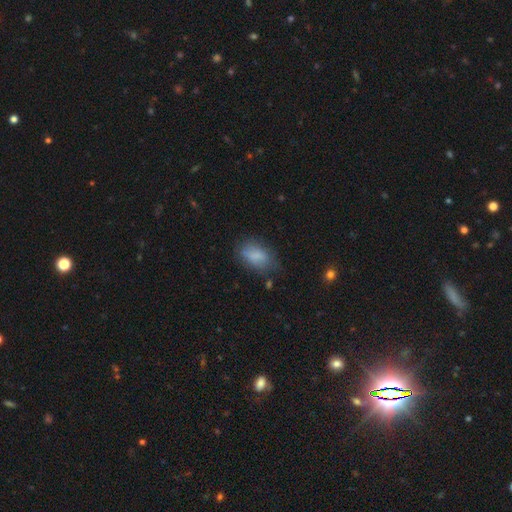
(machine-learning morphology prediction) smooth_or_featured: smooth (p=0.77) [alt: featured or disk p=0.14]
how_rounded: in between (p=0.87) [alt: round p=0.09]
merging: none (p=0.61) [alt: minor disturbance p=0.26]